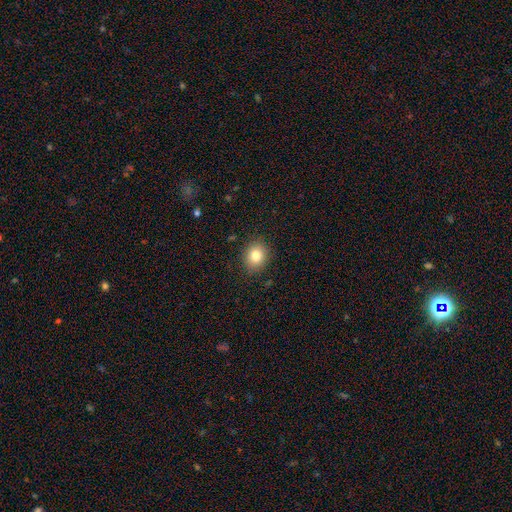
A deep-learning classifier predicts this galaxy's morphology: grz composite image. It shows a smooth galaxy with no disk features (81%) that is round (61%). Merging: none (87%).